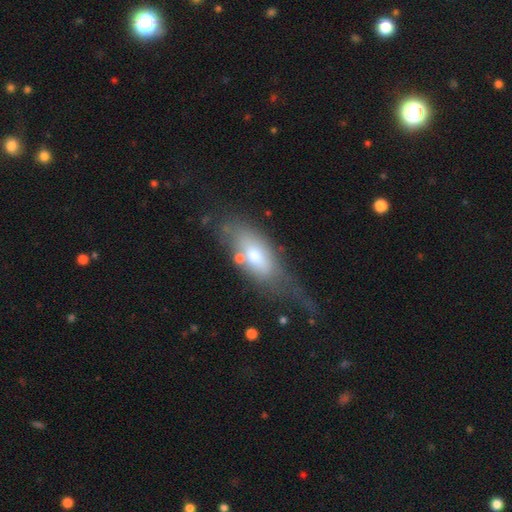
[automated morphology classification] Smooth or featured? Predicted: smooth (p=0.61). How rounded? Predicted: in between (p=0.81). Merging? Predicted: none (p=0.34).